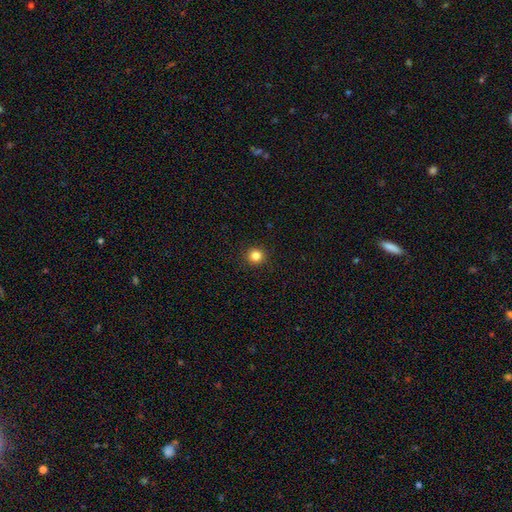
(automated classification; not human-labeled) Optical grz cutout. It shows a smooth galaxy with no disk features (84%) that is round (94%). Merging: none (93%).